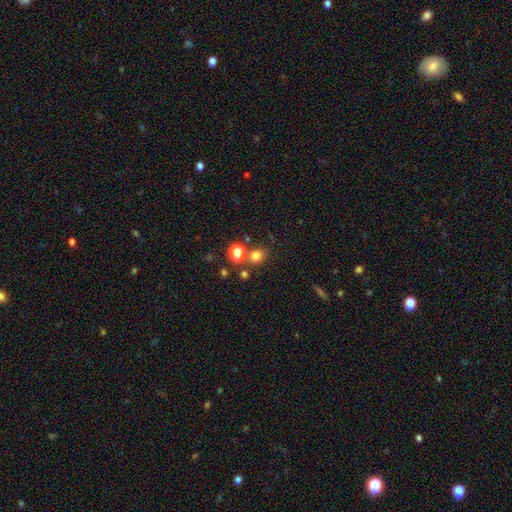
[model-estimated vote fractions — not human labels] Smooth or featured: smooth — 75% (star or artifact — 18%)
How rounded: round — 68% (in between — 30%)
Merging: none — 70% (merger — 16%)